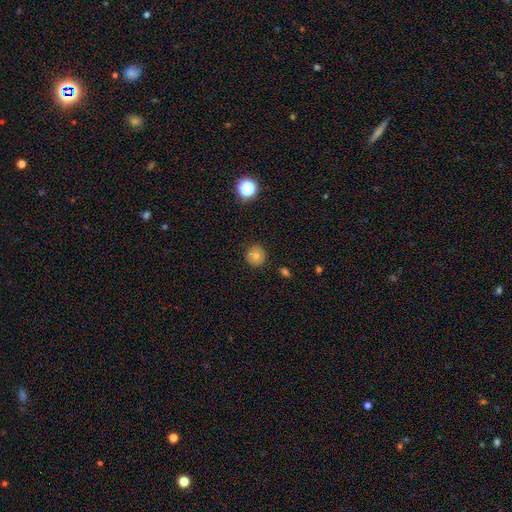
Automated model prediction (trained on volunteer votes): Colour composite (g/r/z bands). It shows a smooth galaxy with no disk features (77%) that is round (94%). Merging: none (90%).